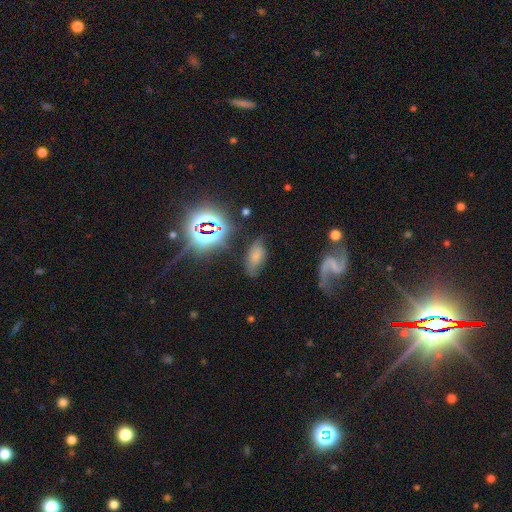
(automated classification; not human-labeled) Smooth or featured? smooth (60%)
How rounded? in between (91%)
Merging? none (63%)